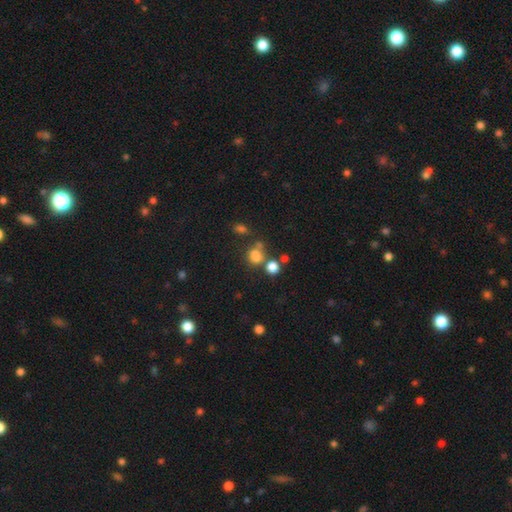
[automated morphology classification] Smooth or featured? Predicted: smooth (p=0.73). How rounded? Predicted: round (p=0.65). Merging? Predicted: none (p=0.51).